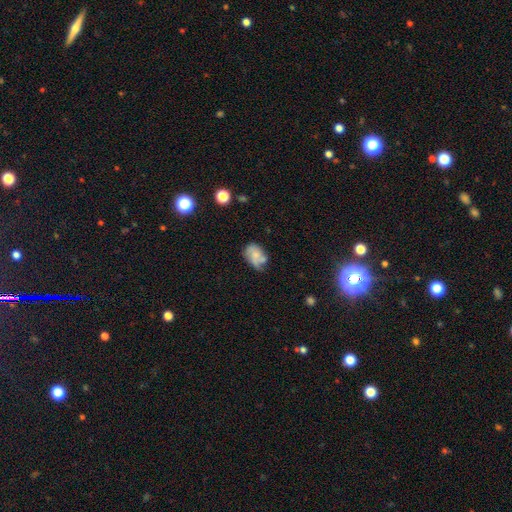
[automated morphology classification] A smooth galaxy with no disk features (51%) that is in between round and cigar-shaped (79%).

Vote fractions:
- Smooth or featured? smooth: 51% / featured or disk: 39% / star or artifact: 10%
- How rounded? in between: 79% / round: 19% / cigar-shaped: 2%
- Merging? none: 39% / minor disturbance: 31% / major disturbance: 17% / merger: 14%